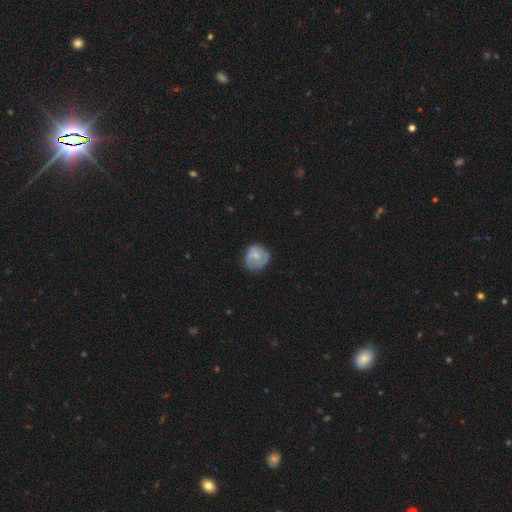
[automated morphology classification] A featured or disk galaxy (51%) with no bar (71%), spiral arms (75%) and a small central bulge (56%).

Vote fractions:
- Smooth or featured? featured or disk: 51% / smooth: 42% / star or artifact: 7%
- Edge-on disk? no: 98% / yes: 2%
- Bar? no: 71% / weak: 25% / strong: 4%
- Spiral arms? yes: 75% / no: 25%
- Bulge size? small: 56% / moderate: 33% / none: 8% / large: 2% / dominant: 1%
- Merging? none: 66% / minor disturbance: 24% / major disturbance: 8% / merger: 2%